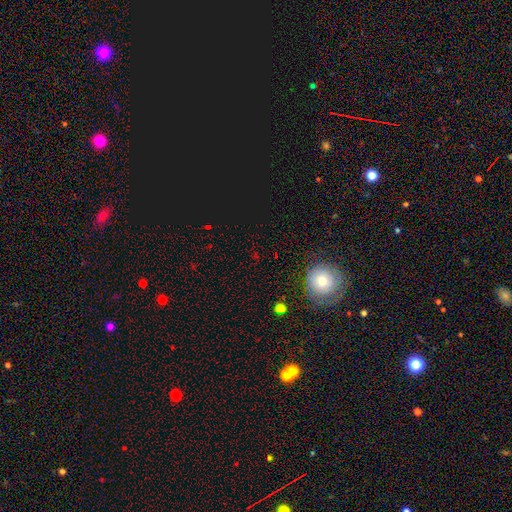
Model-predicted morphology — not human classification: Q: Smooth or featured?
A: star or artifact (60%); runner-up: smooth (31%)